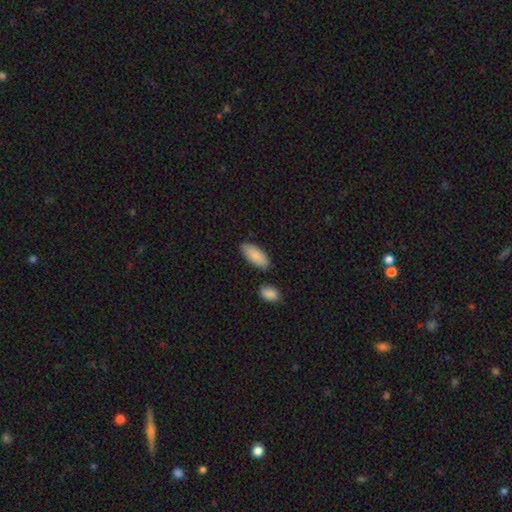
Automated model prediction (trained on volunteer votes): smooth 89%, featured or disk 6%, star or artifact 6%. Down the decision tree: how rounded — in between (87%); merging — none (79%).